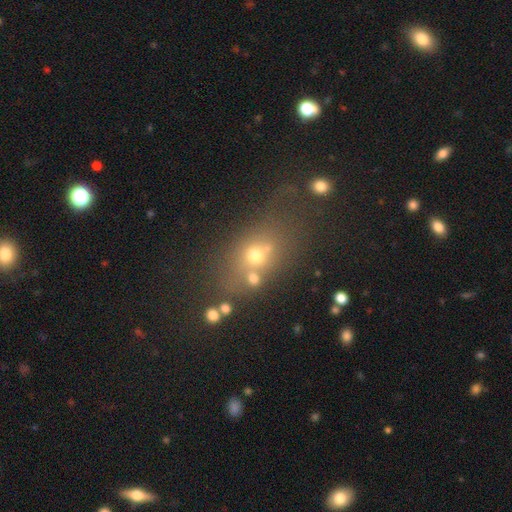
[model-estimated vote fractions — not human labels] Smooth or featured? smooth (54%)
How rounded? in between (54%)
Merging? none (51%)